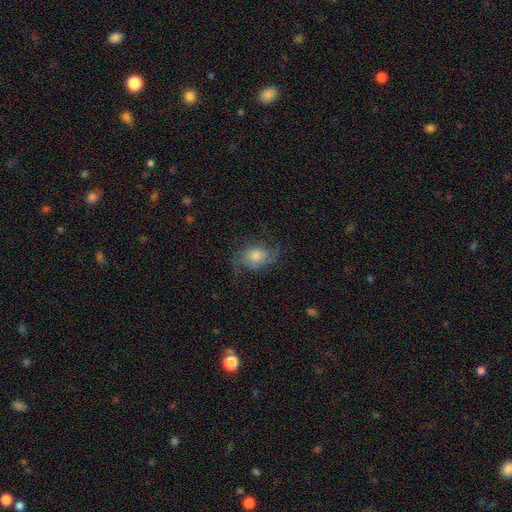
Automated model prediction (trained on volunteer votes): smooth_or_featured: featured or disk (p=0.46) [alt: smooth p=0.42]
merging: none (p=0.60) [alt: minor disturbance p=0.22]